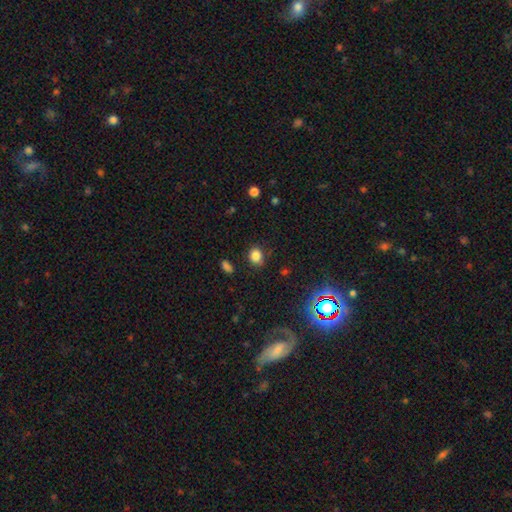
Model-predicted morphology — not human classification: Smooth or featured? smooth (83%)
How rounded? round (59%)
Merging? none (78%)